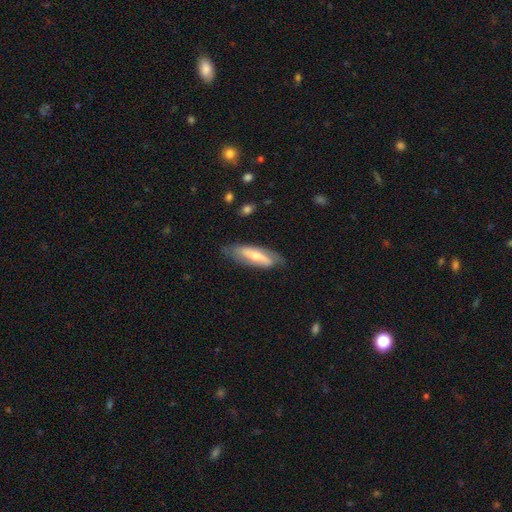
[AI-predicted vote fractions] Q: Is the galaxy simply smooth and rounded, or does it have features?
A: featured or disk — 58%.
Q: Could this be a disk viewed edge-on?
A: no — 60%.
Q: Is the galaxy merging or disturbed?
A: none — 77%.